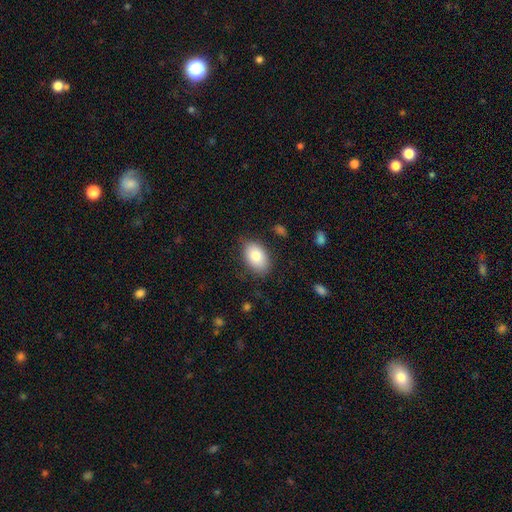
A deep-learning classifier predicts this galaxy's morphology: Overall: smooth (82%). How rounded: in between (90%). Merging: none (79%).